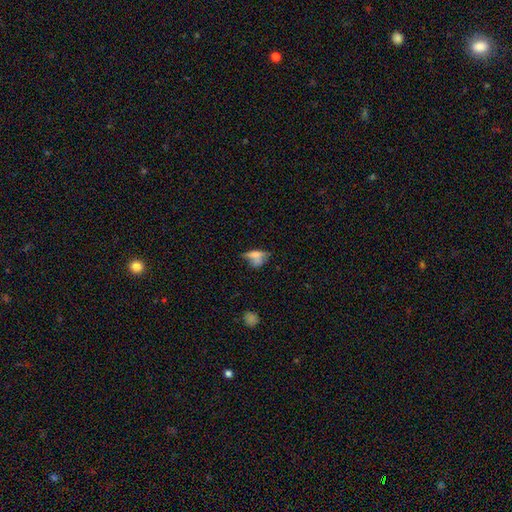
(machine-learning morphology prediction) This is possibly a smooth galaxy (59%). How rounded: likely in between (64%). Merging: marginally none (37%).